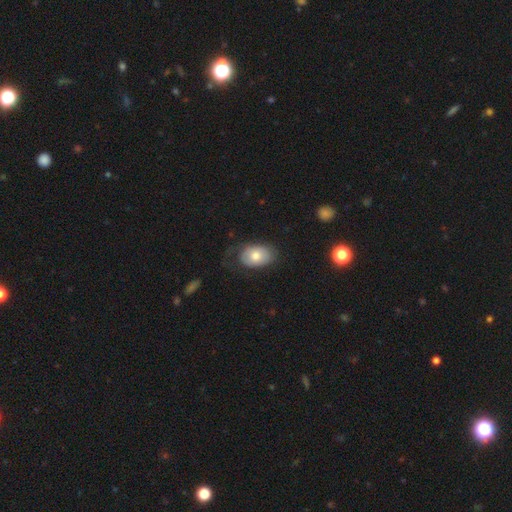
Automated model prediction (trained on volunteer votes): Smooth or featured?
  - smooth: 69% *
  - featured or disk: 24%
  - star or artifact: 7%
How rounded?
  - in between: 85% *
  - round: 14%
  - cigar-shaped: 1%
Merging?
  - none: 55% *
  - minor disturbance: 25%
  - major disturbance: 19%
  - merger: 2%